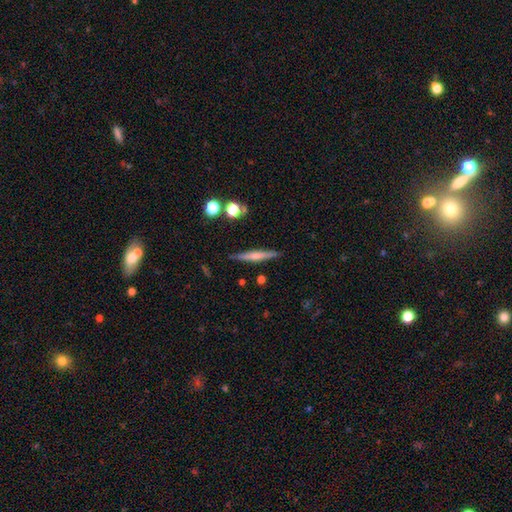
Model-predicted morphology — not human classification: Q: Smooth or featured?
A: featured or disk (51%); runner-up: smooth (42%)
Q: Edge-on disk?
A: yes (96%); runner-up: no (4%)
Q: Merging?
A: none (88%); runner-up: minor disturbance (8%)